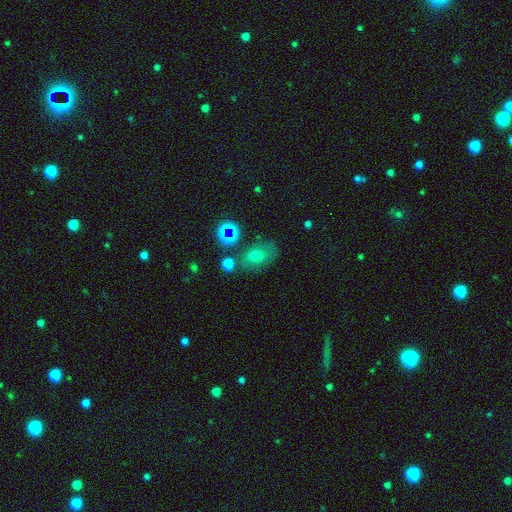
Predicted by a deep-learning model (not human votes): Q: Smooth or featured?
A: smooth (55%); runner-up: star or artifact (23%)
Q: How rounded?
A: in between (73%); runner-up: round (25%)
Q: Merging?
A: none (58%); runner-up: minor disturbance (21%)